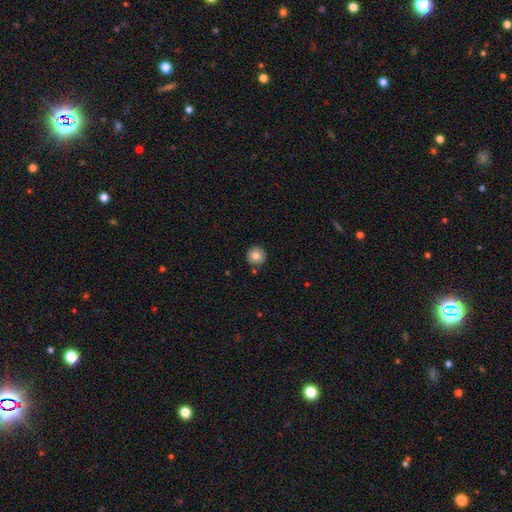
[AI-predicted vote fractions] Smooth or featured?
  - smooth: 79% *
  - featured or disk: 13%
  - star or artifact: 9%
How rounded?
  - round: 94% *
  - in between: 5%
  - cigar-shaped: 1%
Merging?
  - none: 88% *
  - minor disturbance: 8%
  - merger: 3%
  - major disturbance: 2%